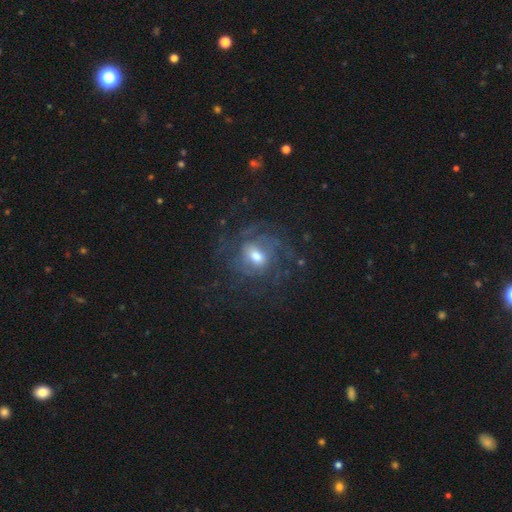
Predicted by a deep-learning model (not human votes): Q: Smooth or featured?
A: featured or disk (70%); runner-up: smooth (19%)
Q: Edge-on disk?
A: no (96%); runner-up: yes (4%)
Q: Bar?
A: no (45%); runner-up: weak (44%)
Q: Spiral arms?
A: yes (79%); runner-up: no (21%)
Q: Spiral winding?
A: tight (40%); tied with: medium (40%)
Q: Spiral arm count?
A: can't tell (48%); runner-up: 2 (18%)
Q: Bulge size?
A: moderate (62%); runner-up: large (17%)
Q: Merging?
A: none (60%); runner-up: major disturbance (20%)